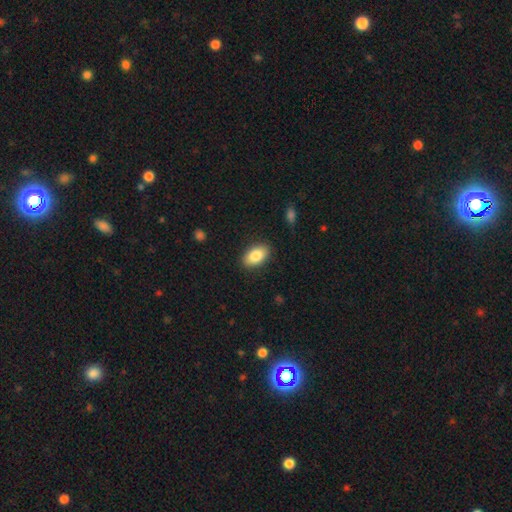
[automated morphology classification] smooth 84%, featured or disk 9%, star or artifact 7%. Down the decision tree: how rounded — in between (92%); merging — none (88%).